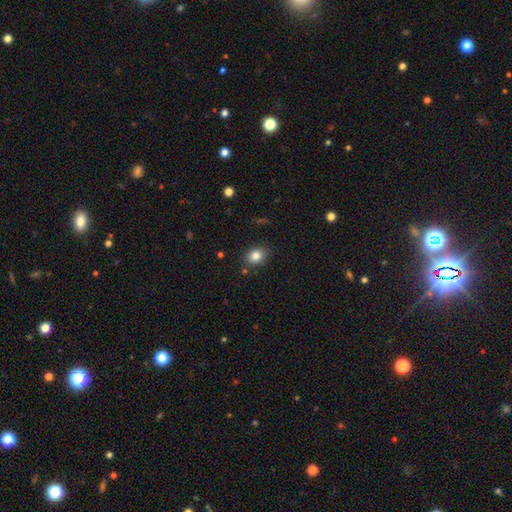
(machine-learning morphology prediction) Overall: smooth (83%). How rounded: in between (58%; round 41%). Merging: none (84%).